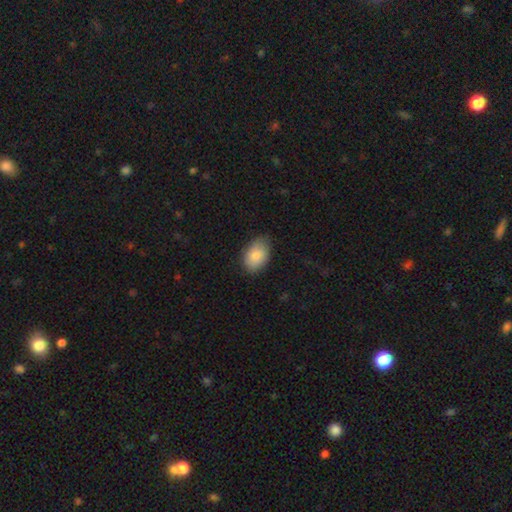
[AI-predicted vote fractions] This appears to be a smooth galaxy with no disk features (86%) that is in between round and cigar-shaped (88%). Merging: none (76%).